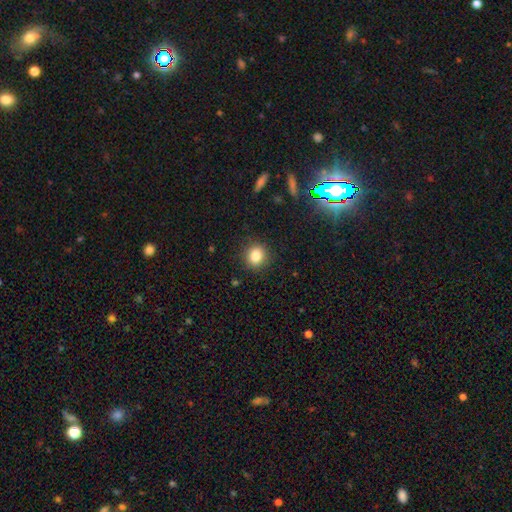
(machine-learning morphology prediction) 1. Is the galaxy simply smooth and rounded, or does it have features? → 84% smooth, 11% star or artifact, 5% featured or disk.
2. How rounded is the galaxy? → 81% round, 18% in between, 1% cigar-shaped.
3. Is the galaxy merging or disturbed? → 89% none, 8% minor disturbance, 3% major disturbance, 1% merger.